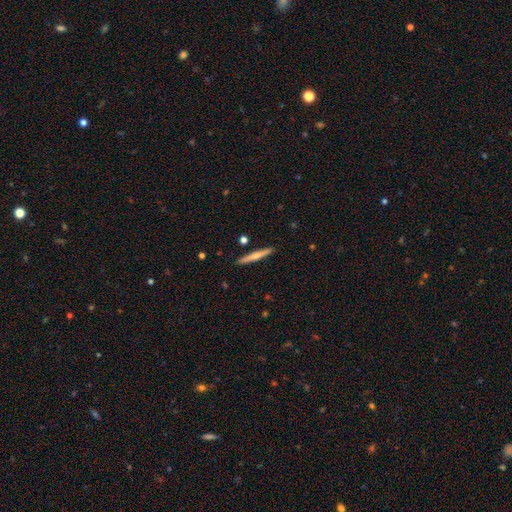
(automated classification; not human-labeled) Morphology: type=smooth (54%); roundness=cigar-shaped (95%); merging=none (91%).